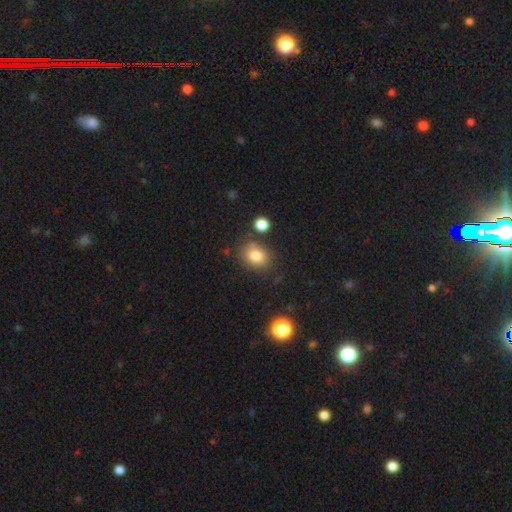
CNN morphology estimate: Smooth or featured: smooth — 81% (star or artifact — 11%)
How rounded: round — 50% (in between — 49%)
Merging: none — 75% (minor disturbance — 13%)